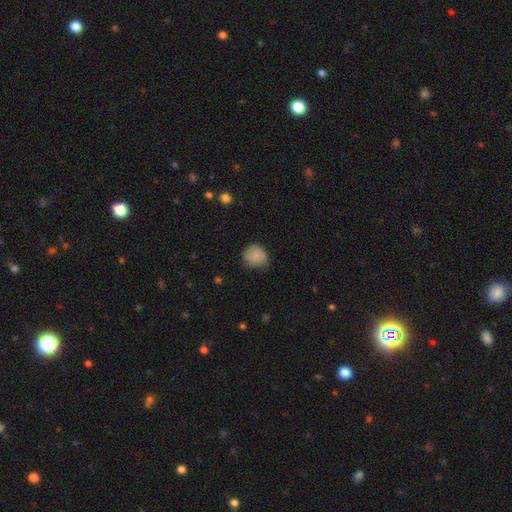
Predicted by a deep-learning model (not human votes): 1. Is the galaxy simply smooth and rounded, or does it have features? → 70% smooth, 22% featured or disk, 8% star or artifact.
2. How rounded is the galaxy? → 79% round, 20% in between, 1% cigar-shaped.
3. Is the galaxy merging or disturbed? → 66% none, 27% minor disturbance, 7% major disturbance, 1% merger.